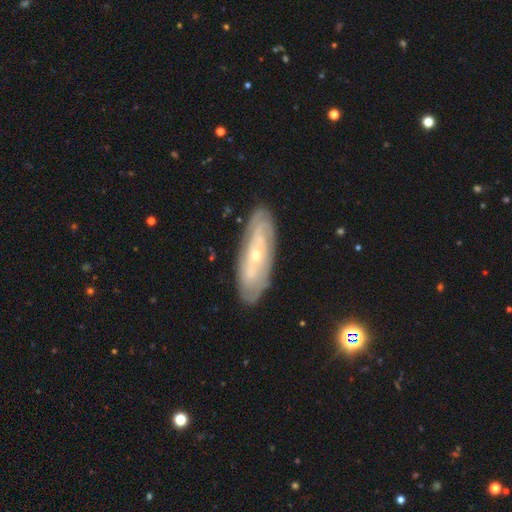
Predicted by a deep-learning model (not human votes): Smooth or featured: featured or disk — 74% (smooth — 19%)
Edge-on disk: no — 82% (yes — 18%)
Bar: no — 77% (weak — 17%)
Spiral arms: yes — 80% (no — 20%)
Bulge size: small — 74% (moderate — 23%)
Merging: none — 83% (minor disturbance — 13%)